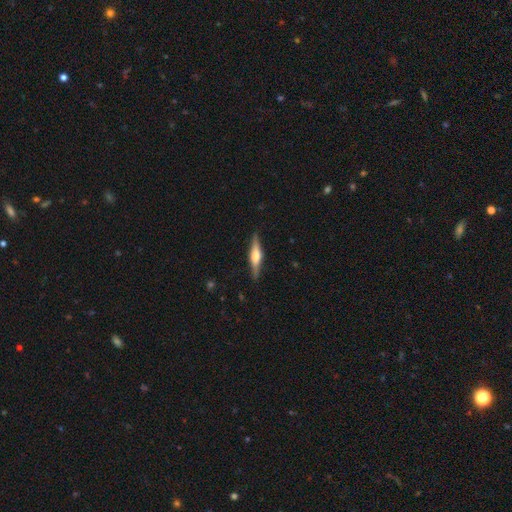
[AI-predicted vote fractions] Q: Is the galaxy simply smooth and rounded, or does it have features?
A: featured or disk — 67%.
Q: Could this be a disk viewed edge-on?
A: yes — 97%.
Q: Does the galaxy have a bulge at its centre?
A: rounded — 83%.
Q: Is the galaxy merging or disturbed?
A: none — 89%.